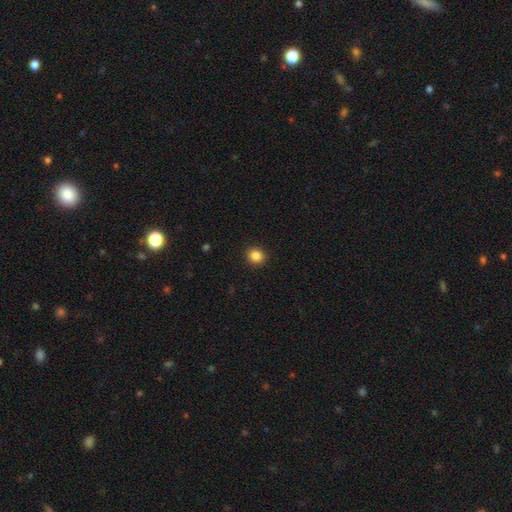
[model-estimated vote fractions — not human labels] smooth 86%, star or artifact 10%, featured or disk 4%. Down the decision tree: how rounded — round (87%); merging — none (92%).